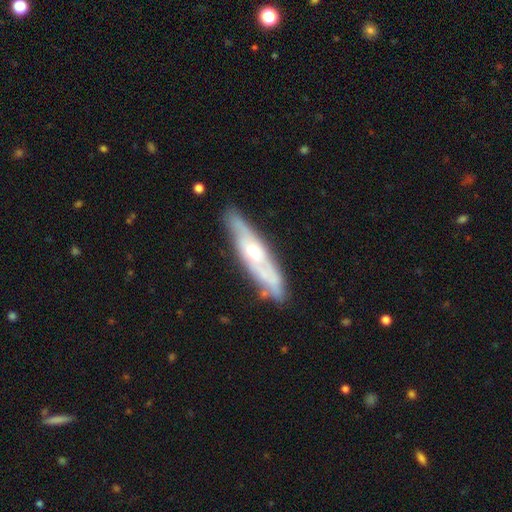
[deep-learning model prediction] featured or disk 70%, smooth 24%, star or artifact 6%. Down the decision tree: edge-on disk — yes (53%); merging — none (78%).